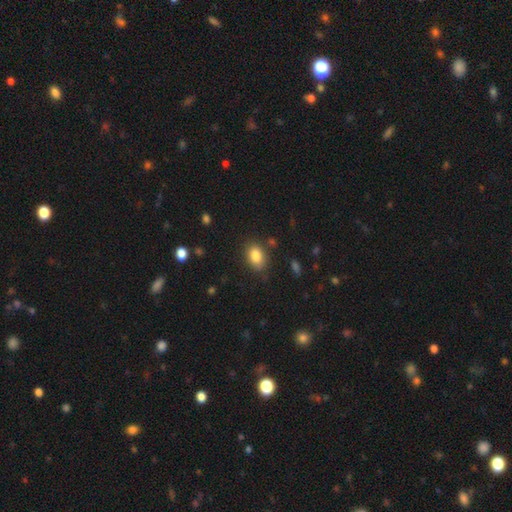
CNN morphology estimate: smooth 85%, star or artifact 9%, featured or disk 7%. Down the decision tree: how rounded — in between (80%); merging — none (79%).